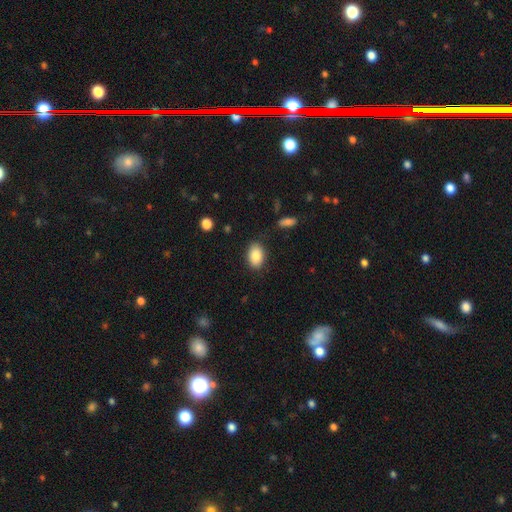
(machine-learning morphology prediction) Smooth or featured? smooth (86%)
How rounded? in between (87%)
Merging? none (84%)